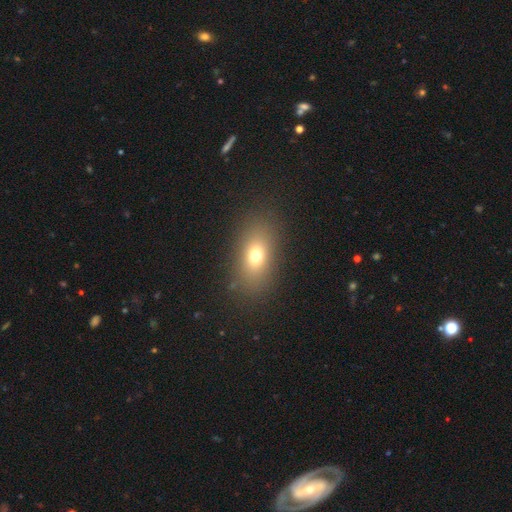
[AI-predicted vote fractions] Morphology: type=smooth (71%); roundness=in between (79%); merging=none (85%).